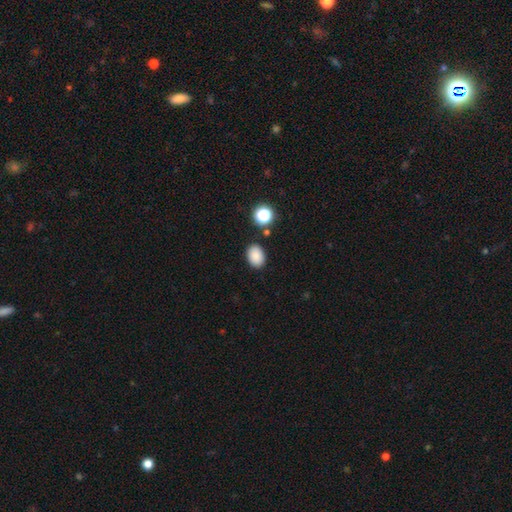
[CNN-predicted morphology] A smooth galaxy with no disk features (86%) that is in between round and cigar-shaped (74%). Merging: none (85%).